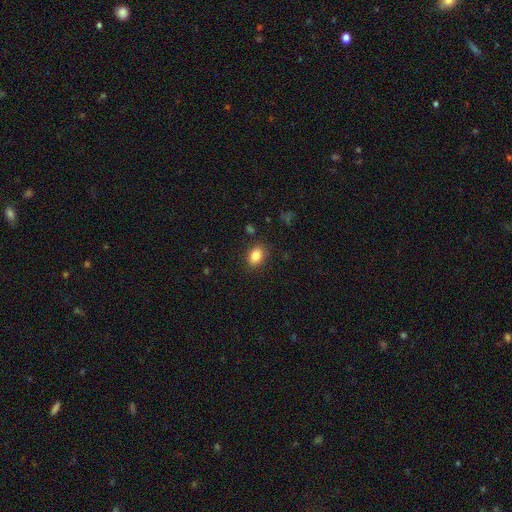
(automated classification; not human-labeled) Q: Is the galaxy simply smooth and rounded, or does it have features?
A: smooth — 85%.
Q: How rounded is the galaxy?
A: in between — 76%.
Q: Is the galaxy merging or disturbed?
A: none — 86%.